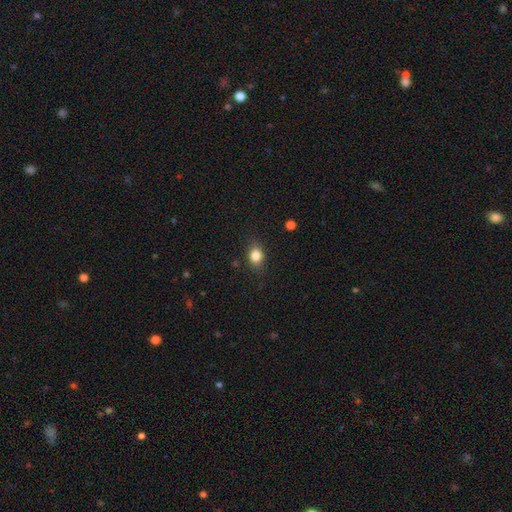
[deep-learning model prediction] smooth_or_featured: smooth (p=0.82) [alt: star or artifact p=0.10]
how_rounded: in between (p=0.58) [alt: round p=0.40]
merging: none (p=0.80) [alt: minor disturbance p=0.16]